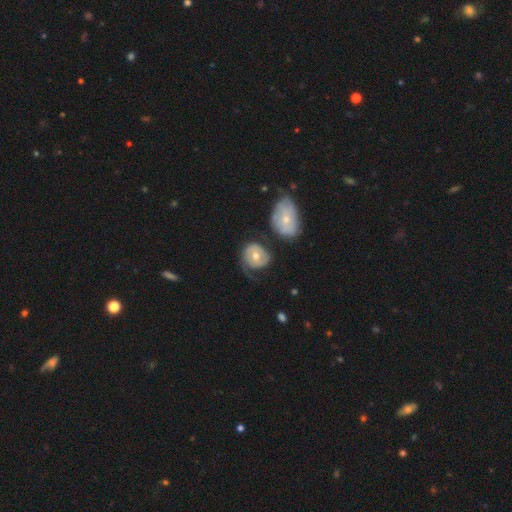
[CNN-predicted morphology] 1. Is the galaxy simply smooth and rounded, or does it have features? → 58% featured or disk, 36% smooth, 6% star or artifact.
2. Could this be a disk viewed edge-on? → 97% no, 3% yes.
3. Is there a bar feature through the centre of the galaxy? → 72% no, 22% weak, 6% strong.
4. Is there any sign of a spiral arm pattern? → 68% yes, 32% no.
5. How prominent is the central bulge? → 68% moderate, 25% small, 4% large, 1% none, 1% dominant.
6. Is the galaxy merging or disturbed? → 44% none, 24% minor disturbance, 24% major disturbance, 8% merger.